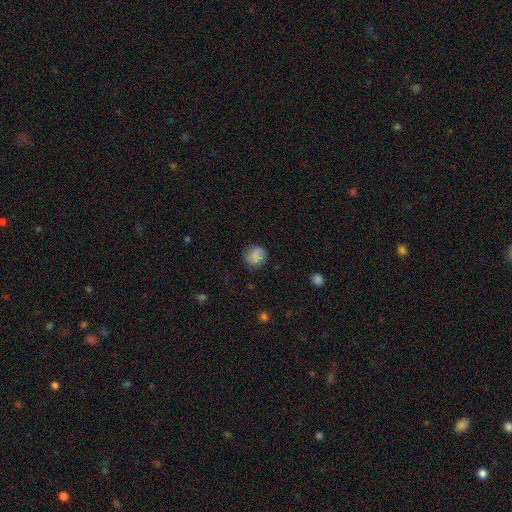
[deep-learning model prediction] smooth 79%, featured or disk 12%, star or artifact 9%. Down the decision tree: how rounded — round (88%); merging — none (81%).